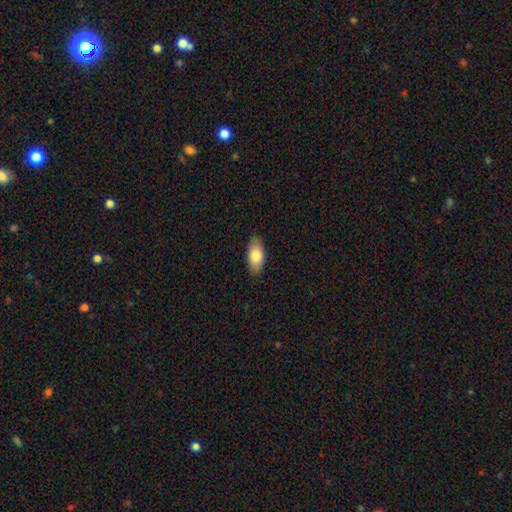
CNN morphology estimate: smooth 82%, featured or disk 12%, star or artifact 6%. Down the decision tree: how rounded — in between (92%); merging — none (85%).